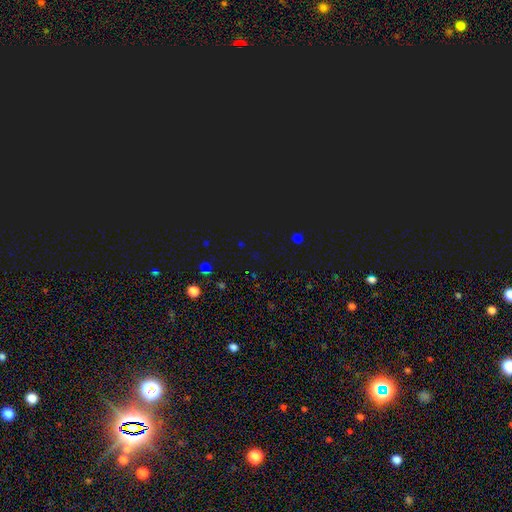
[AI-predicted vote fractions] smooth-or-featured: star or artifact: 71% | smooth: 23% | featured or disk: 7%